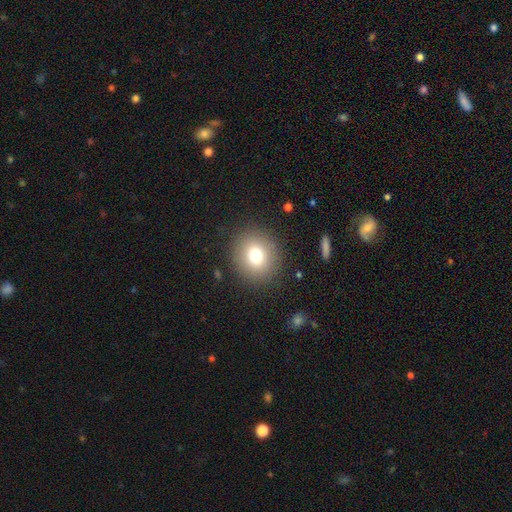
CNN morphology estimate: Smooth or featured?
  - smooth: 75% *
  - star or artifact: 13%
  - featured or disk: 12%
How rounded?
  - round: 83% *
  - in between: 16%
  - cigar-shaped: 1%
Merging?
  - none: 88% *
  - minor disturbance: 7%
  - major disturbance: 4%
  - merger: 1%